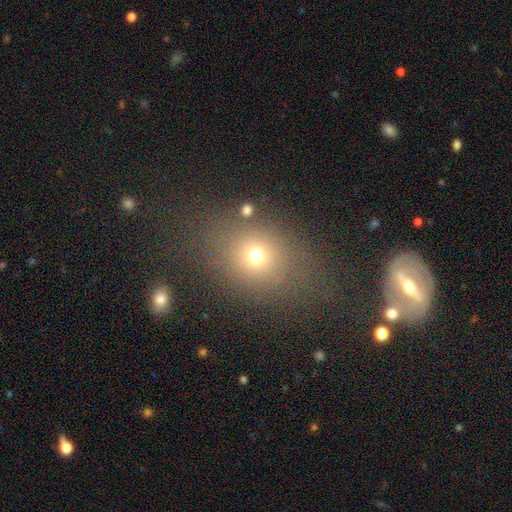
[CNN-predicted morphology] A smooth galaxy with no disk features (69%) that is round (53%).

Vote fractions:
- Smooth or featured? smooth: 69% / star or artifact: 19% / featured or disk: 12%
- How rounded? round: 53% / in between: 45% / cigar-shaped: 2%
- Merging? none: 73% / minor disturbance: 14% / major disturbance: 9% / merger: 5%